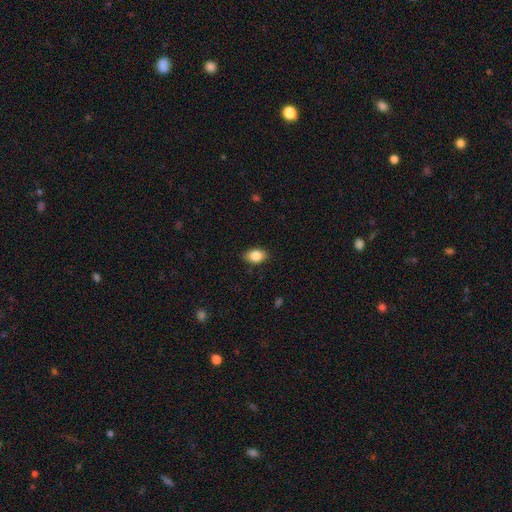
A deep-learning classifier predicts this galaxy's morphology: type=smooth (85%); roundness=in between (83%); merging=none (86%).